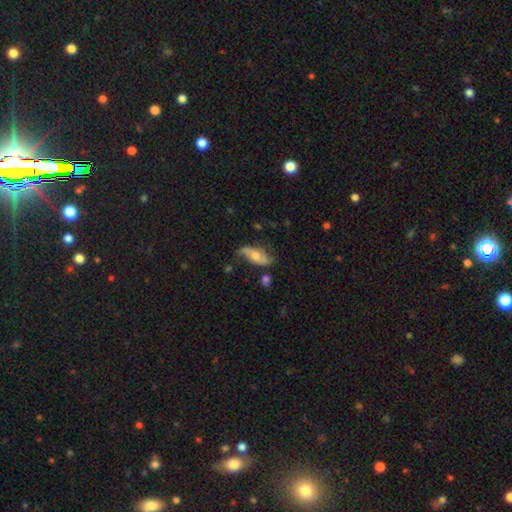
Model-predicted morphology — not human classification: type=featured or disk (56%); edge-on=no (86%); merging=none (59%).